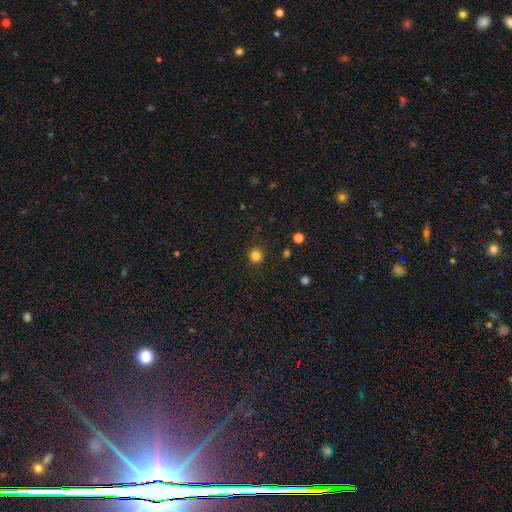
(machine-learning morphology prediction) smooth 83%, star or artifact 13%, featured or disk 4%. Down the decision tree: how rounded — round (94%); merging — none (91%).